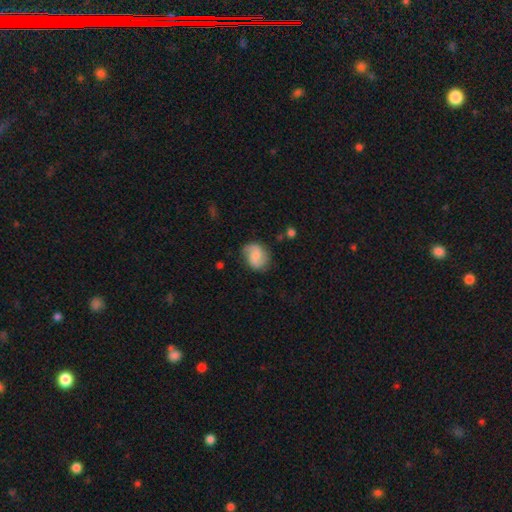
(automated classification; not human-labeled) Q: Smooth or featured?
A: smooth (47%); runner-up: featured or disk (45%)
Q: Merging?
A: none (72%); runner-up: minor disturbance (20%)